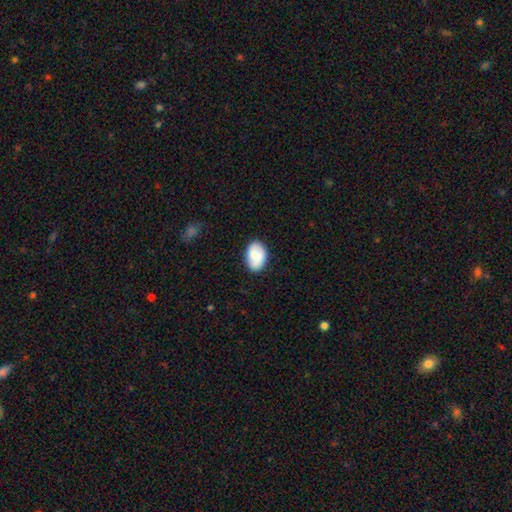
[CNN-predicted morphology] A smooth galaxy with no disk features (70%) that is in between round and cigar-shaped (83%). Merging: none (76%).